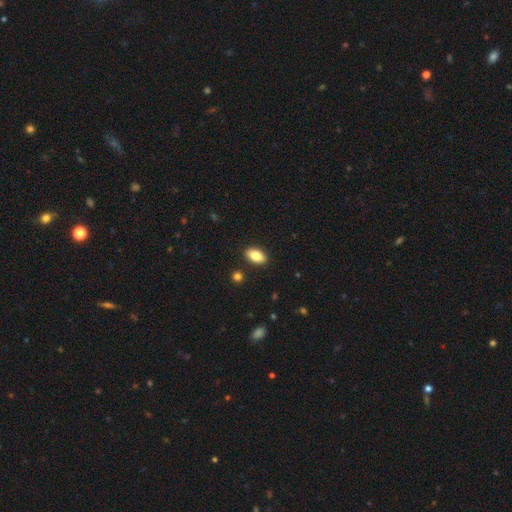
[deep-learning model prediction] Morphology: type=smooth (83%); roundness=in between (92%); merging=none (89%).